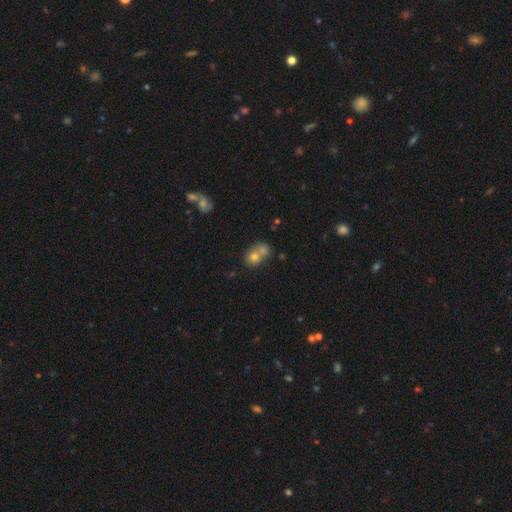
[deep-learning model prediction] Smooth or featured: smooth — 72% (featured or disk — 16%)
How rounded: round — 63% (in between — 36%)
Merging: merger — 60% (none — 29%)